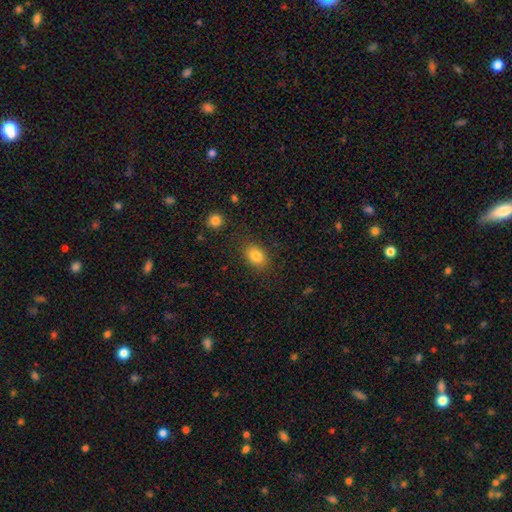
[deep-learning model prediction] A smooth galaxy with no disk features (83%) that is in between round and cigar-shaped (71%). Merging: none (83%).